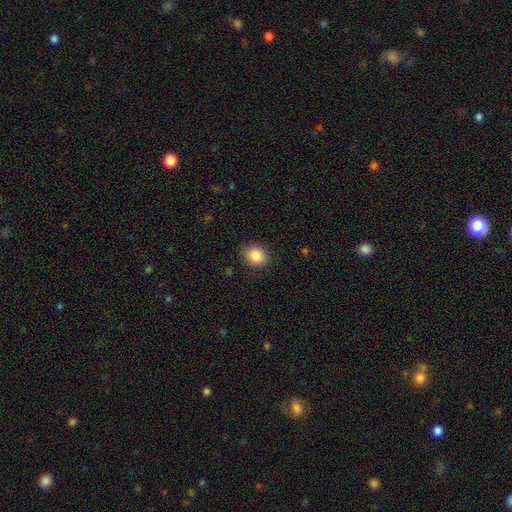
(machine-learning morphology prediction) smooth-or-featured: smooth: 87% | star or artifact: 9% | featured or disk: 5%
  how-rounded: round: 59% | in between: 41% | cigar-shaped: 1%
  merging: none: 85% | minor disturbance: 11% | major disturbance: 3% | merger: 1%